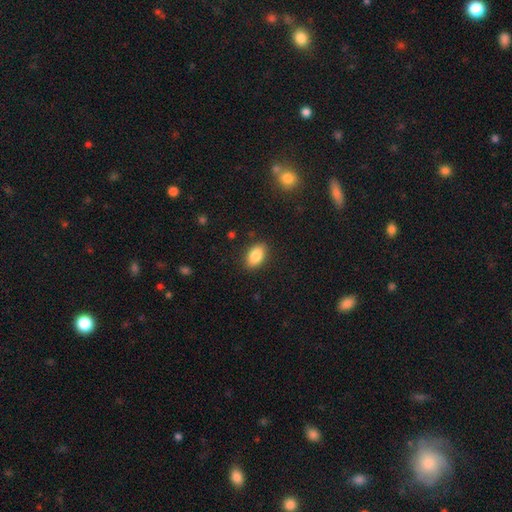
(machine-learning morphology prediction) This appears to be a smooth galaxy with no disk features (85%) that is in between round and cigar-shaped (90%). Merging: none (87%).